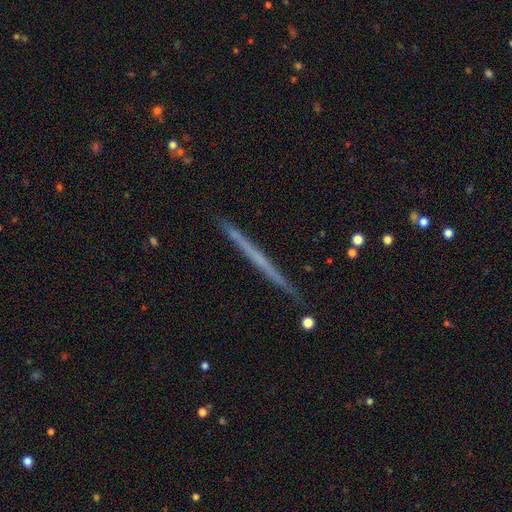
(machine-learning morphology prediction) Smooth or featured: featured or disk — 58% (smooth — 34%)
Edge-on disk: yes — 97% (no — 3%)
Edge-on bulge: none — 87% (rounded — 9%)
Merging: none — 90% (minor disturbance — 7%)